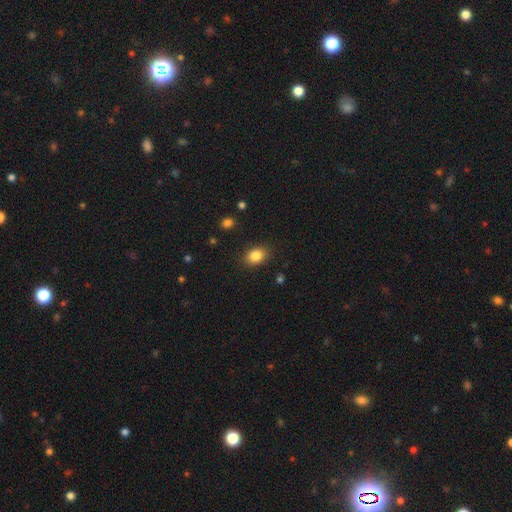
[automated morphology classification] smooth_or_featured: smooth (p=0.84) [alt: star or artifact p=0.10]
how_rounded: in between (p=0.66) [alt: round p=0.33]
merging: none (p=0.86) [alt: minor disturbance p=0.10]